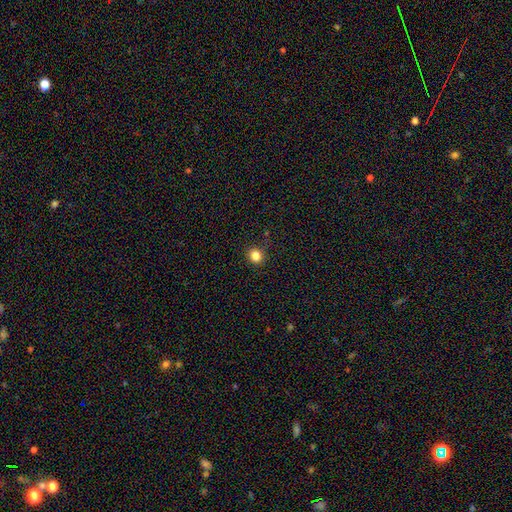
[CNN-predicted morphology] A smooth galaxy with no disk features (83%) that is round (87%).

Vote fractions:
- Smooth or featured? smooth: 83% / star or artifact: 13% / featured or disk: 4%
- How rounded? round: 87% / in between: 12% / cigar-shaped: 1%
- Merging? none: 87% / minor disturbance: 9% / major disturbance: 2% / merger: 1%